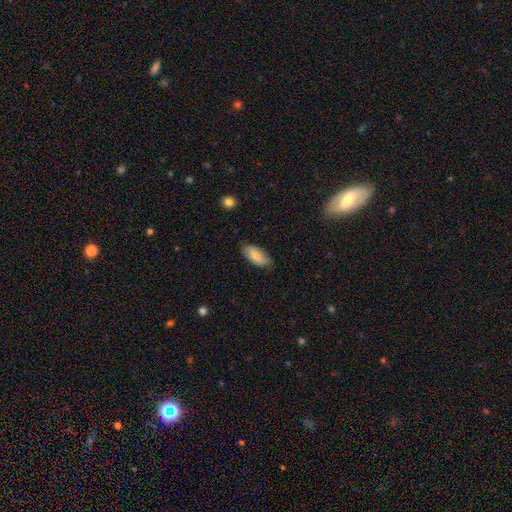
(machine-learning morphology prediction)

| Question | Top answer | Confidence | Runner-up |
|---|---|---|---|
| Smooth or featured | smooth | 81% | featured or disk (13%) |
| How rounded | in between | 89% | cigar-shaped (9%) |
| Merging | none | 79% | minor disturbance (17%) |